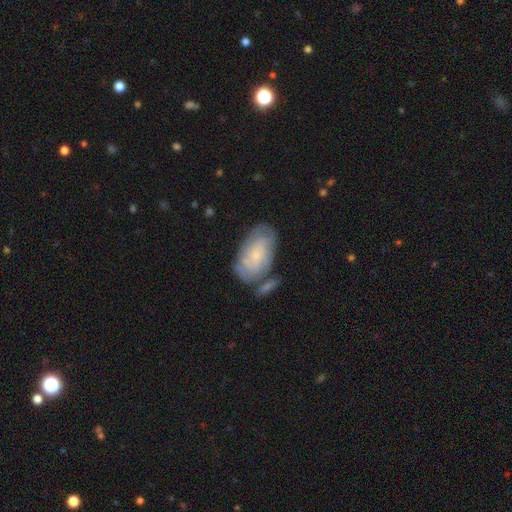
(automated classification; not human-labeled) smooth-or-featured: featured or disk: 52% | smooth: 41% | star or artifact: 7%
  disk-edge-on: no: 94% | yes: 6%
  merging: none: 54% | minor disturbance: 21% | merger: 15% | major disturbance: 9%